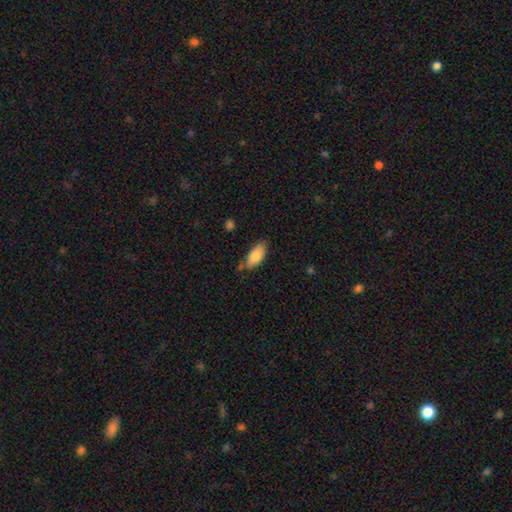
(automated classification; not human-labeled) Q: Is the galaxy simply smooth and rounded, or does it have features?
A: smooth — 83%.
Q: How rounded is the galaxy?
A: in between — 87%.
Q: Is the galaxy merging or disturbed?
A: none — 73%.